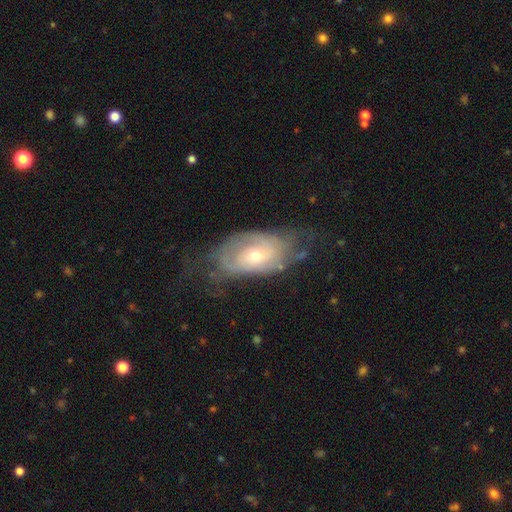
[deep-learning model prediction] A featured or disk galaxy (67%) with no bar (76%), spiral arms (72%) and a small central bulge (52%). Merging: none (49%).